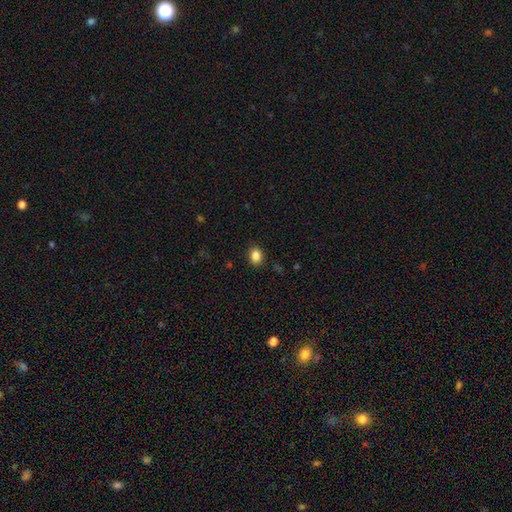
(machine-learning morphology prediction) Smooth or featured? smooth (87%)
How rounded? in between (58%)
Merging? none (88%)